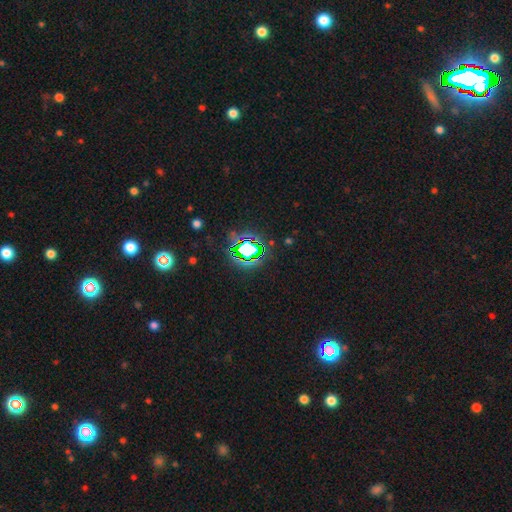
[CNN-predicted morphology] Smooth or featured? star or artifact (75%)